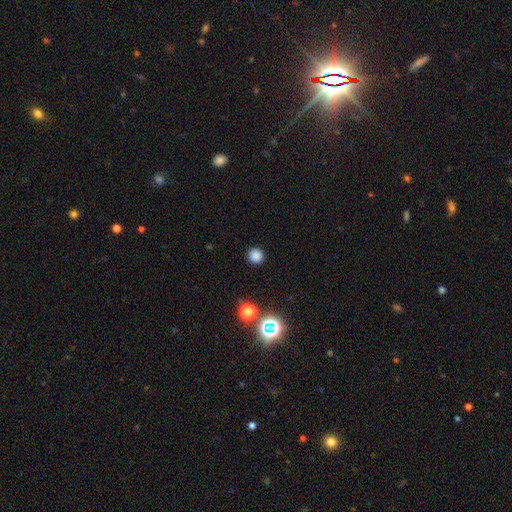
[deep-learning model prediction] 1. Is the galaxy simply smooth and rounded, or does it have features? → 82% smooth, 15% star or artifact, 3% featured or disk.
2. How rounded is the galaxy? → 93% round, 6% in between, 1% cigar-shaped.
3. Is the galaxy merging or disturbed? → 91% none, 6% minor disturbance, 2% major disturbance, 1% merger.